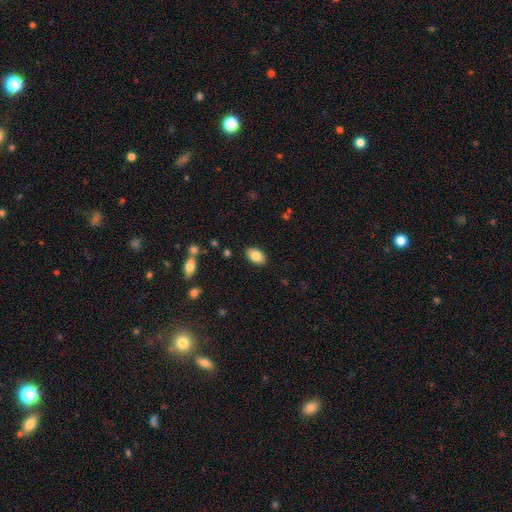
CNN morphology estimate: The model was most divided on "smooth or featured": smooth: 83%, featured or disk: 9%, star or artifact: 7%. More confident: how rounded — in between (92%); merging — none (87%).